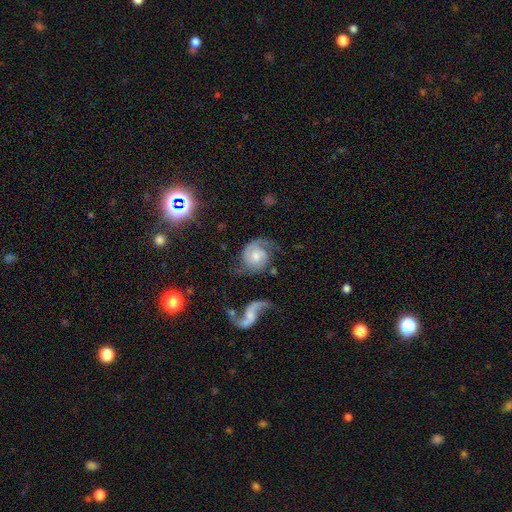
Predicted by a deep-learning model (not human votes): A featured or disk galaxy (82%) with no bar (63%), 2 (81%) medium (45%) spiral arms (96%) and a moderate central bulge (50%).

Vote fractions:
- Smooth or featured? featured or disk: 82% / smooth: 12% / star or artifact: 6%
- Edge-on disk? no: 98% / yes: 2%
- Bar? no: 63% / weak: 31% / strong: 6%
- Spiral arms? yes: 96% / no: 4%
- Spiral winding? medium: 45% / tight: 28% / loose: 27%
- Spiral arm count? 2: 81% / 1: 9% / can't tell: 5% / 3: 3% / 4: 1% / more than 4: 1%
- Bulge size? moderate: 50% / small: 33% / large: 8% / none: 7% / dominant: 2%
- Merging? none: 59% / minor disturbance: 20% / major disturbance: 15% / merger: 7%